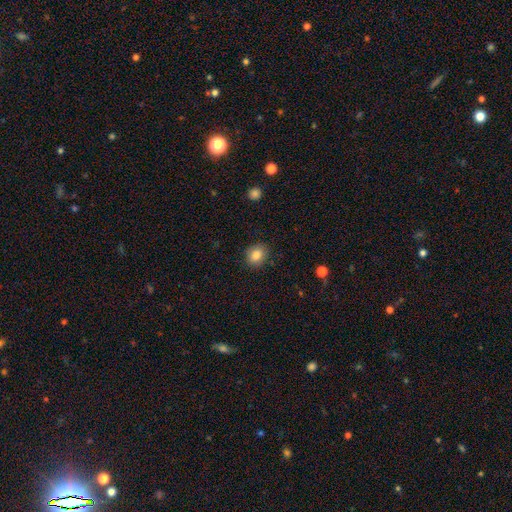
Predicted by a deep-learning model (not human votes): Overall: smooth (84%). How rounded: round (66%; in between 33%). Merging: none (88%).